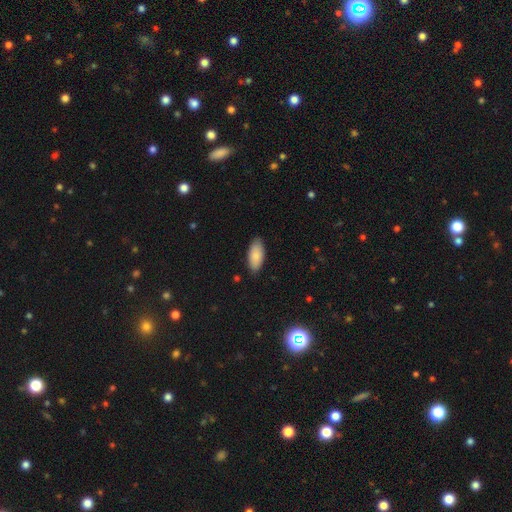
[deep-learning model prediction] This is clearly a smooth galaxy (87%). How rounded: clearly in between (88%). Merging: clearly none (86%).